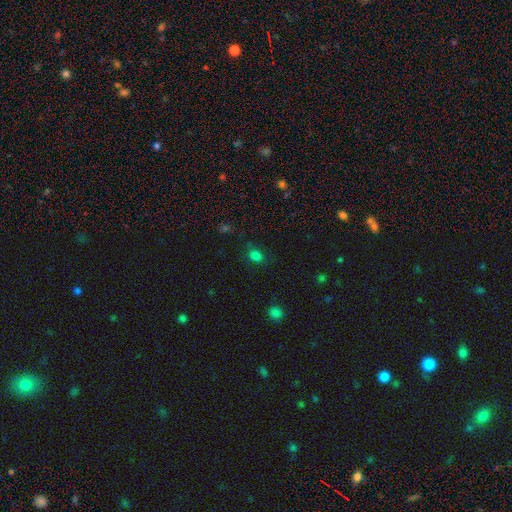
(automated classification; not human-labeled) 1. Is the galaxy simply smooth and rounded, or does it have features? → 78% smooth, 18% star or artifact, 4% featured or disk.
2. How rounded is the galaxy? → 55% in between, 44% round, 1% cigar-shaped.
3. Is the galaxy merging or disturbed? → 79% none, 14% minor disturbance, 4% major disturbance, 2% merger.